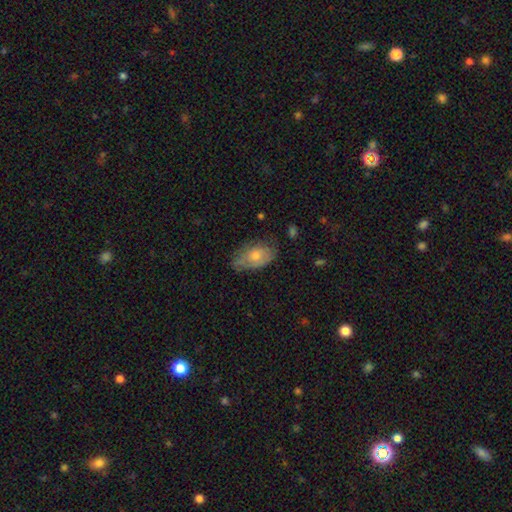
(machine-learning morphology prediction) smooth 60%, featured or disk 33%, star or artifact 7%. Down the decision tree: how rounded — in between (90%); merging — none (58%).